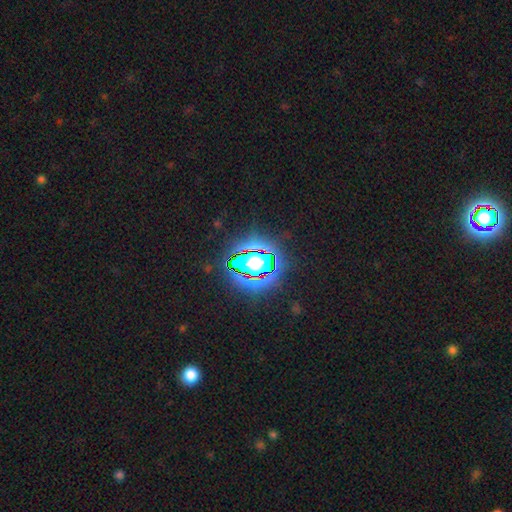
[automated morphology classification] star or artifact 81%, smooth 11%, featured or disk 8%.